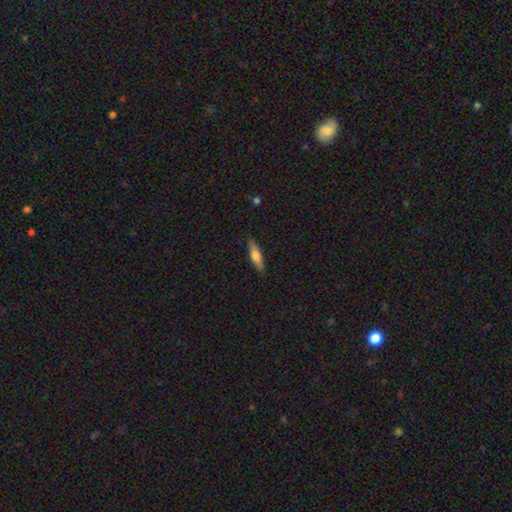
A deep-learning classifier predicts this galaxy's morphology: A smooth galaxy with no disk features (54%) that is cigar-shaped (74%). Merging: none (87%).